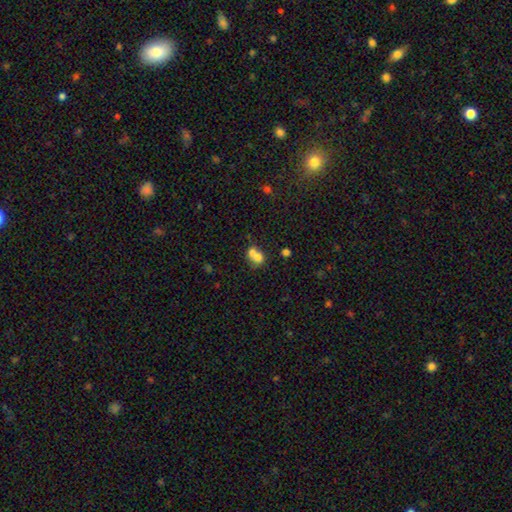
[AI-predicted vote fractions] Smooth or featured: smooth — 70% (featured or disk — 19%)
How rounded: round — 61% (in between — 37%)
Merging: merger — 68% (none — 23%)